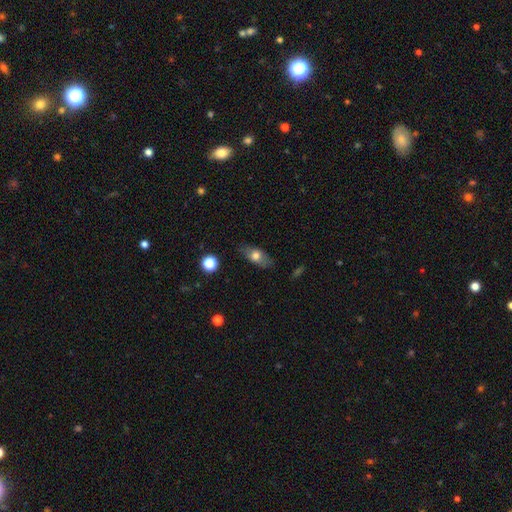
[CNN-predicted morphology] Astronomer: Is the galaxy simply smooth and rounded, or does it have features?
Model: smooth — 65%.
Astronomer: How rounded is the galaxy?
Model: in between — 76%.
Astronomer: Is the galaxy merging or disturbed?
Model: none — 80%.